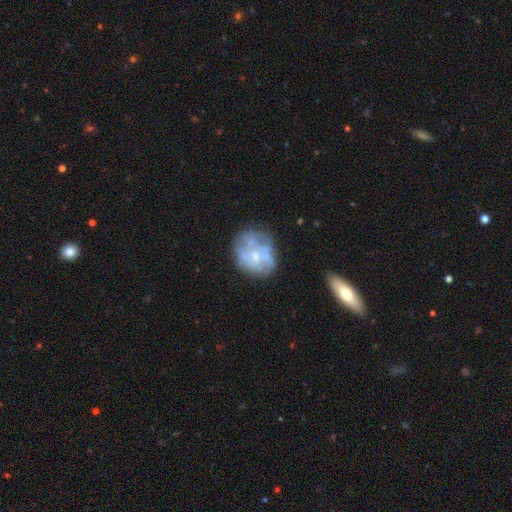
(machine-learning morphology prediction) smooth-or-featured: featured or disk: 64% | smooth: 27% | star or artifact: 9%
  disk-edge-on: no: 98% | yes: 2%
    bar: no: 80% | weak: 17% | strong: 3%
    has-spiral-arms: no: 58% | yes: 42%
    bulge-size: small: 56% | moderate: 28% | none: 13% | large: 2% | dominant: 1%
  merging: none: 57% | minor disturbance: 22% | major disturbance: 15% | merger: 6%